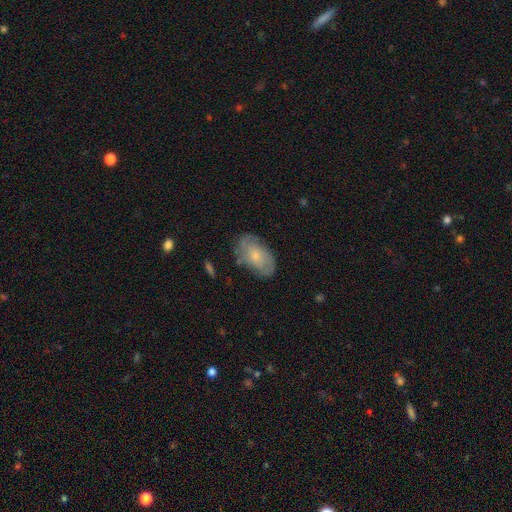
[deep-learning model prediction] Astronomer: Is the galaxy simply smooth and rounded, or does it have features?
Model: smooth — 51% (runner-up: featured or disk, 42%).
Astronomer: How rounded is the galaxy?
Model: in between — 92%.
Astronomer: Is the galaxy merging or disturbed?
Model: none — 69%.